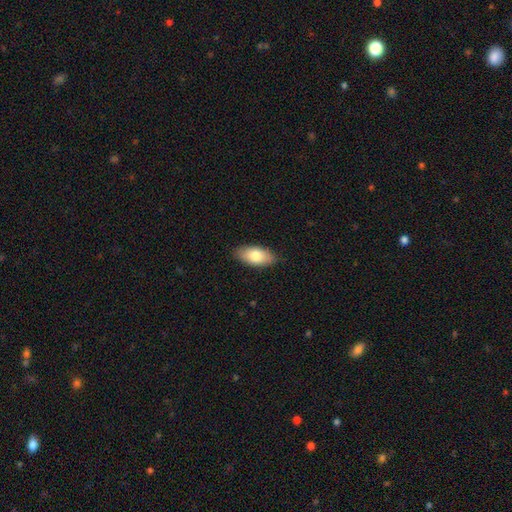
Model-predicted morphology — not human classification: smooth 77%, featured or disk 17%, star or artifact 6%. Down the decision tree: how rounded — in between (92%); merging — none (85%).